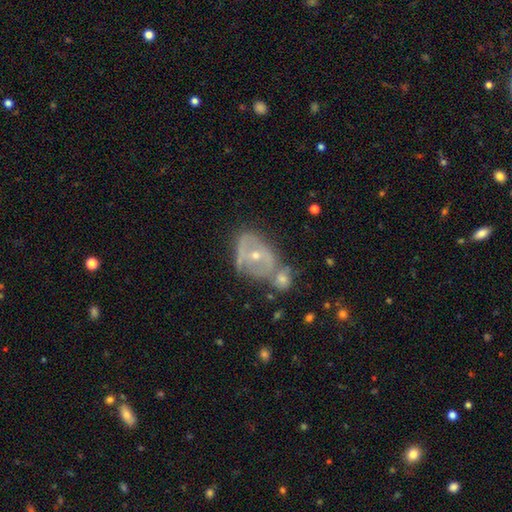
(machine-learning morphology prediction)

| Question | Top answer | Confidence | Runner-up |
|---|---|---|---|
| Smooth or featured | featured or disk | 71% | smooth (19%) |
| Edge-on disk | no | 95% | yes (5%) |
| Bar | no | 49% | weak (32%) |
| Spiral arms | yes | 59% | no (41%) |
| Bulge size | moderate | 49% | small (48%) |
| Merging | merger | 36% | none (34%) |